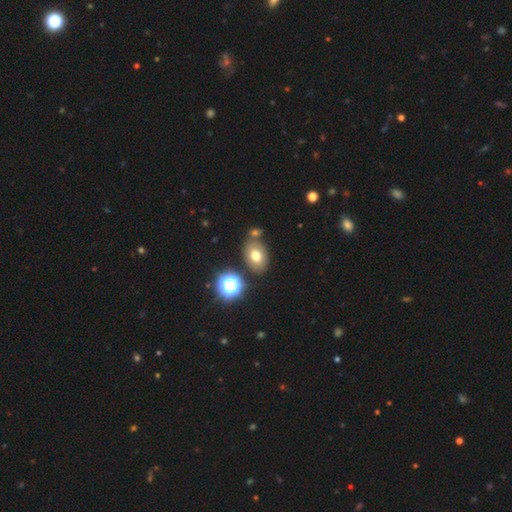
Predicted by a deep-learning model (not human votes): Smooth or featured? smooth (69%)
How rounded? in between (76%)
Merging? none (74%)